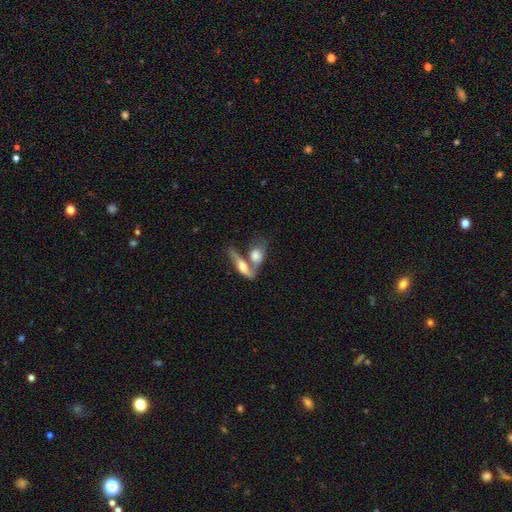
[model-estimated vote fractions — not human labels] Smooth or featured? Predicted: smooth (p=0.52). How rounded? Predicted: in between (p=0.63). Merging? Predicted: merger (p=0.60).